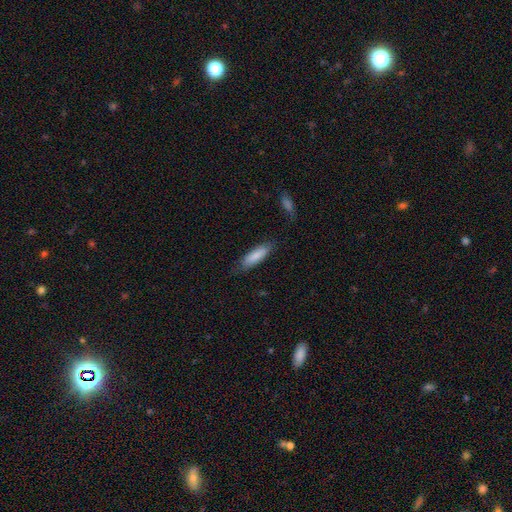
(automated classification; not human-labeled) smooth-or-featured: smooth: 84% | featured or disk: 10% | star or artifact: 6%
  how-rounded: cigar-shaped: 54% | in between: 44% | round: 1%
  merging: none: 77% | minor disturbance: 17% | major disturbance: 4% | merger: 2%